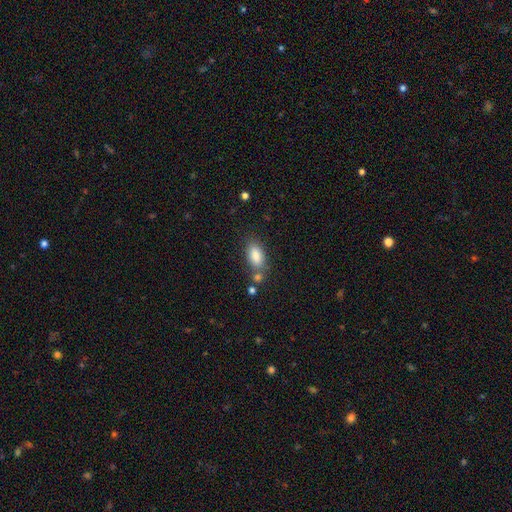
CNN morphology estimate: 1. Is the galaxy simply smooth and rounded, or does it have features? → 85% smooth, 8% star or artifact, 7% featured or disk.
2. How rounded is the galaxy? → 90% in between, 6% cigar-shaped, 5% round.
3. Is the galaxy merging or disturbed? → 65% none, 15% merger, 15% minor disturbance, 5% major disturbance.